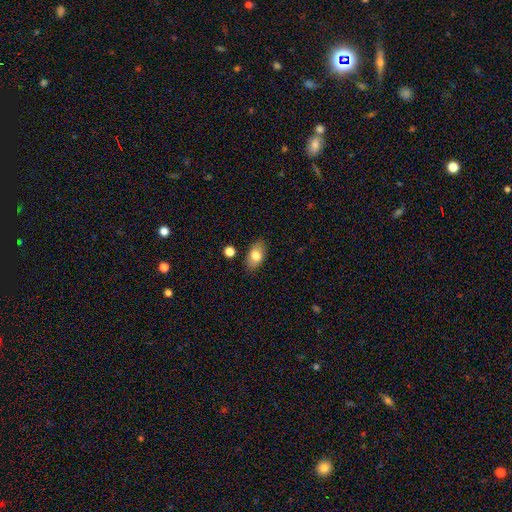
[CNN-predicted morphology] Overall: smooth (78%). How rounded: in between (89%). Merging: none (83%).